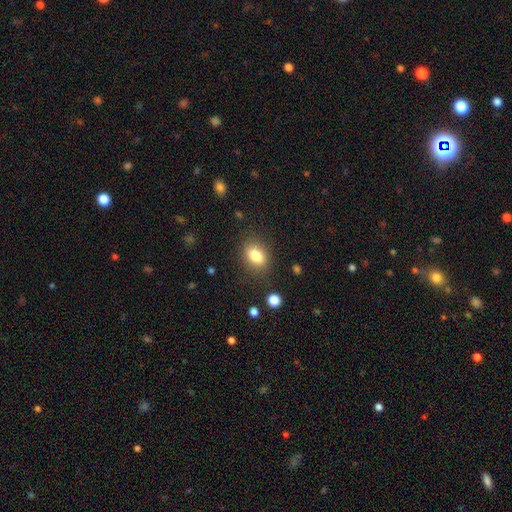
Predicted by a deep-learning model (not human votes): smooth-or-featured: smooth: 83% | star or artifact: 9% | featured or disk: 7%
  how-rounded: in between: 76% | round: 22% | cigar-shaped: 2%
  merging: none: 82% | minor disturbance: 12% | major disturbance: 4% | merger: 2%